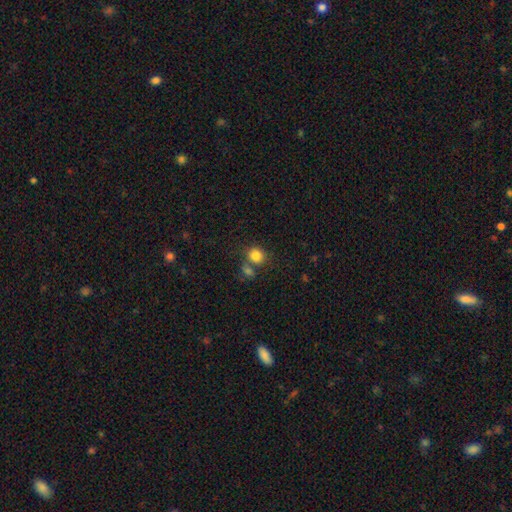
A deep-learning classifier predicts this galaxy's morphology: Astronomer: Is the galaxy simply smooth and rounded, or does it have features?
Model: smooth — 83%.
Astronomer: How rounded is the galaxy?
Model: round — 76%.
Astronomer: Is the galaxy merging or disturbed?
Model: none — 59%.